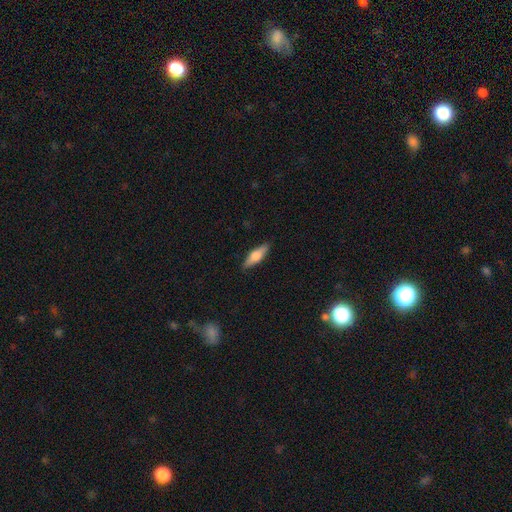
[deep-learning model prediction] Smooth or featured? smooth (56%)
How rounded? cigar-shaped (51%)
Merging? none (88%)